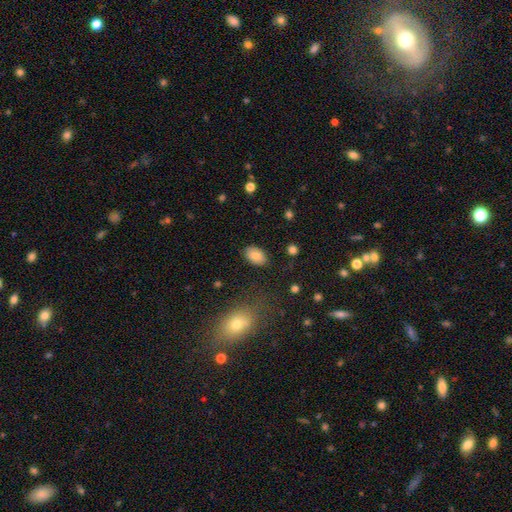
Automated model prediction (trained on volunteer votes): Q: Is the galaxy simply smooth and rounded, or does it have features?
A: smooth — 85%.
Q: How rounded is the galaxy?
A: in between — 88%.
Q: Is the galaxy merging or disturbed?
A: none — 86%.